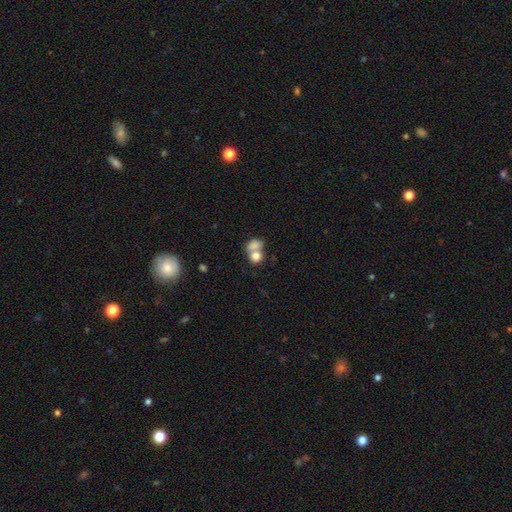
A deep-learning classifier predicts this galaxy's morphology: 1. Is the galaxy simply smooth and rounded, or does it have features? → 77% smooth, 13% featured or disk, 10% star or artifact.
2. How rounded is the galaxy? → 54% round, 44% in between, 1% cigar-shaped.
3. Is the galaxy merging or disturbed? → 63% merger, 26% none, 7% minor disturbance, 5% major disturbance.